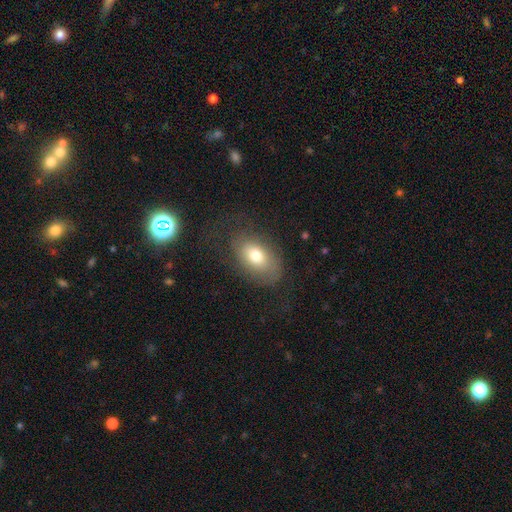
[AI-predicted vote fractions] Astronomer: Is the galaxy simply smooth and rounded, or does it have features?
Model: smooth — 70%.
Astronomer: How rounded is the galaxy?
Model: in between — 86%.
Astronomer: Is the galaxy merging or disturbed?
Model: none — 65%.